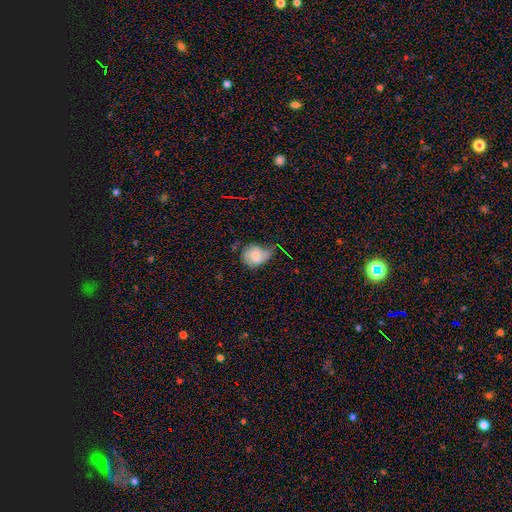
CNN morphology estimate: A smooth galaxy with no disk features (56%) that is round (50%).

Vote fractions:
- Smooth or featured? smooth: 56% / featured or disk: 35% / star or artifact: 9%
- How rounded? round: 50% / in between: 49% / cigar-shaped: 1%
- Merging? minor disturbance: 41% / none: 27% / major disturbance: 27% / merger: 5%